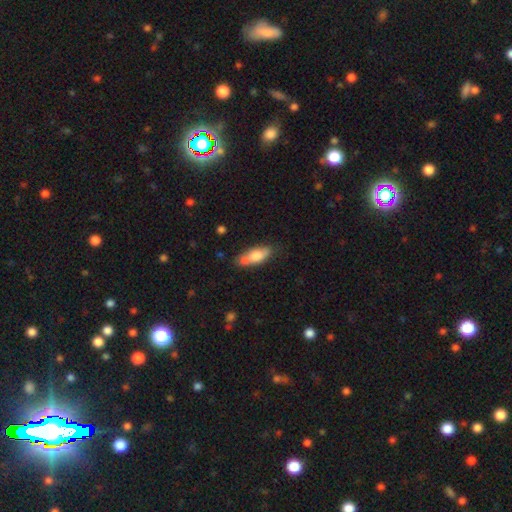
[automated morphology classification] Q: Smooth or featured?
A: smooth (70%); runner-up: featured or disk (23%)
Q: How rounded?
A: in between (70%); runner-up: cigar-shaped (28%)
Q: Merging?
A: none (59%); runner-up: minor disturbance (21%)